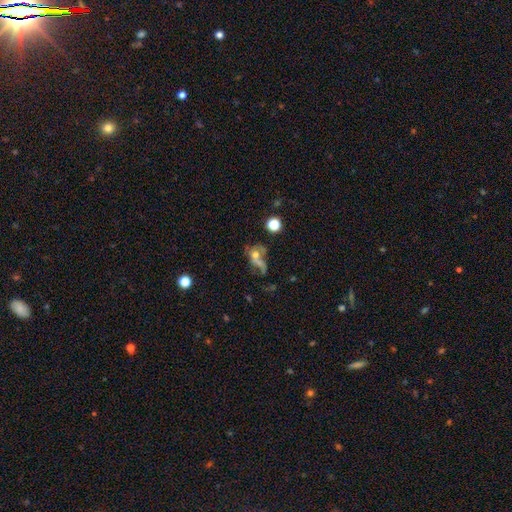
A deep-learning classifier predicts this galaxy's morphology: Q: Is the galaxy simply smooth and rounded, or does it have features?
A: smooth — 45%.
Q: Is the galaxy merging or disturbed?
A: merger — 38%.